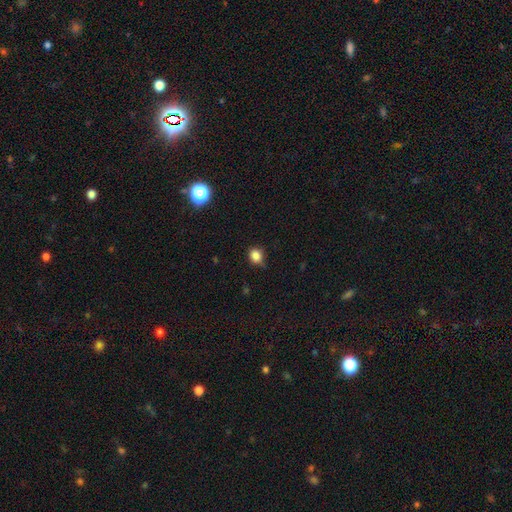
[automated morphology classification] Smooth or featured: smooth — 83% (star or artifact — 12%)
How rounded: round — 76% (in between — 23%)
Merging: none — 63% (minor disturbance — 29%)